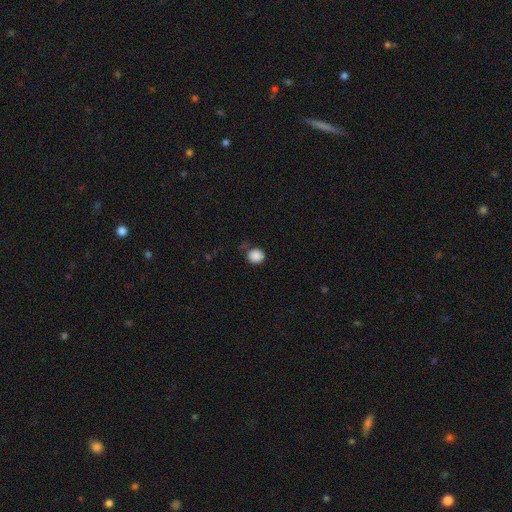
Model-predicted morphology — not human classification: Smooth or featured? Predicted: smooth (p=0.88). How rounded? Predicted: round (p=0.86). Merging? Predicted: none (p=0.77).